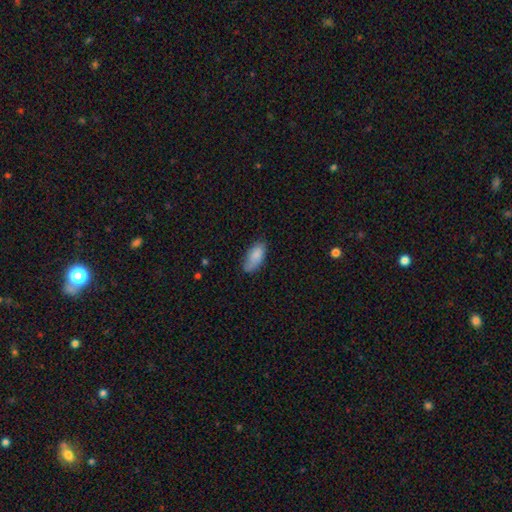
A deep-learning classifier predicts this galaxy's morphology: This is clearly a smooth galaxy (85%). How rounded: clearly in between (88%). Merging: likely none (67%).